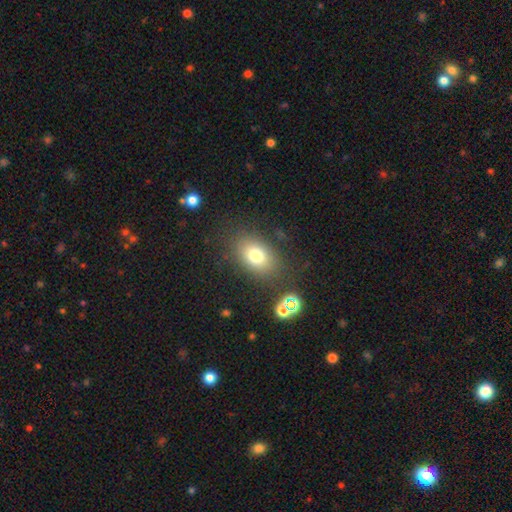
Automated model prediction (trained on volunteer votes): The model was most divided on "how rounded": in between: 76%, round: 22%, cigar-shaped: 1%. More confident: merging — none (81%); smooth or featured — smooth (75%).